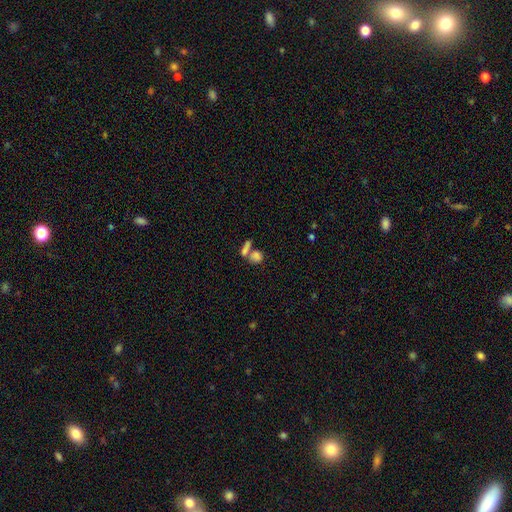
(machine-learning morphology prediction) Q: Smooth or featured?
A: smooth (79%); runner-up: featured or disk (11%)
Q: How rounded?
A: round (55%); runner-up: in between (40%)
Q: Merging?
A: merger (48%); runner-up: none (38%)